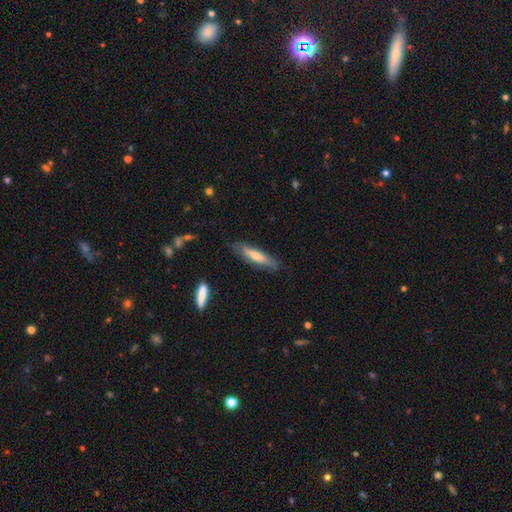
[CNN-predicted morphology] Q: Smooth or featured?
A: smooth (62%); runner-up: featured or disk (32%)
Q: How rounded?
A: cigar-shaped (80%); runner-up: in between (19%)
Q: Merging?
A: none (82%); runner-up: minor disturbance (14%)